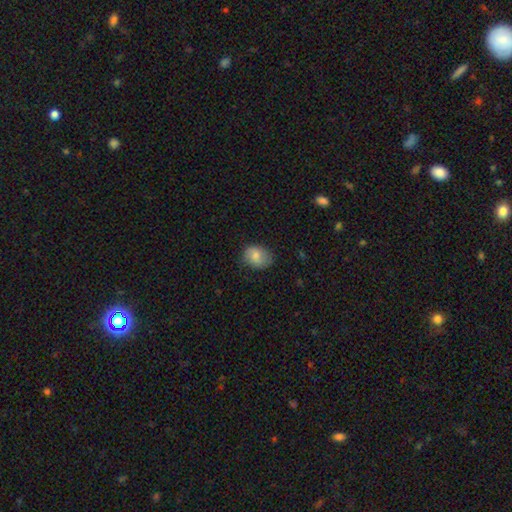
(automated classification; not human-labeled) smooth-or-featured: smooth: 78% | featured or disk: 14% | star or artifact: 7%
  how-rounded: in between: 59% | round: 40% | cigar-shaped: 1%
  merging: none: 73% | minor disturbance: 22% | major disturbance: 5% | merger: 1%